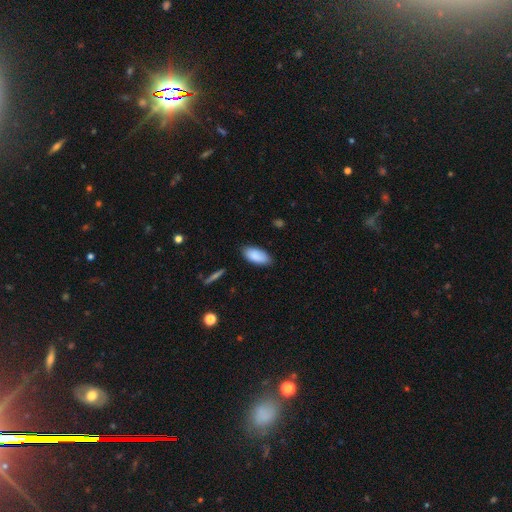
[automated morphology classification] This appears to be a smooth galaxy with no disk features (88%) that is in between round and cigar-shaped (90%). Merging: none (83%).